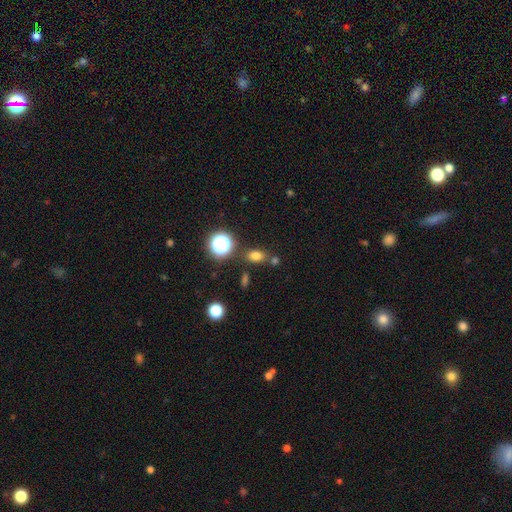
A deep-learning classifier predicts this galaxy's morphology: The model was most divided on "how rounded": in between: 71%, round: 26%, cigar-shaped: 2%. More confident: smooth or featured — smooth (75%); merging — none (75%).